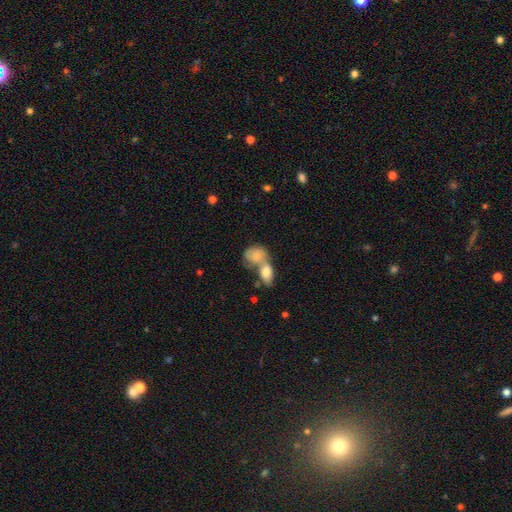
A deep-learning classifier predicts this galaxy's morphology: This is likely a smooth galaxy (73%). How rounded: likely in between (69%). Merging: likely merger (68%).